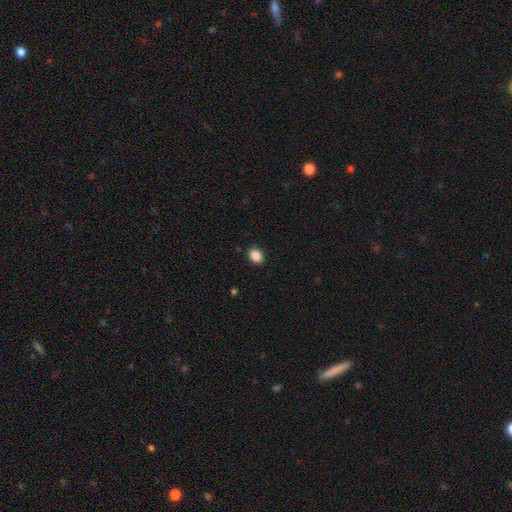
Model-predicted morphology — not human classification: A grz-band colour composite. It shows a smooth galaxy with no disk features (87%) that is in between round and cigar-shaped (61%). Merging: none (88%).